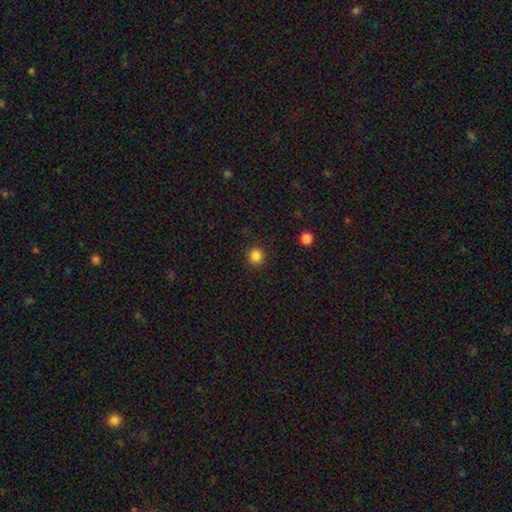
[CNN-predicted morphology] smooth 84%, star or artifact 12%, featured or disk 4%. Down the decision tree: how rounded — round (95%); merging — none (91%).